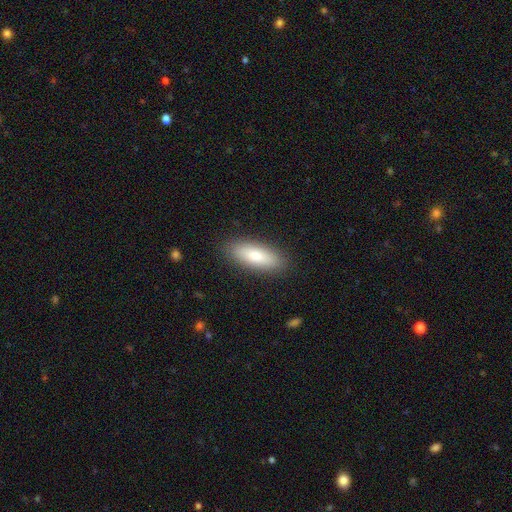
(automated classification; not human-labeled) Smooth or featured? Predicted: smooth (p=0.80). How rounded? Predicted: in between (p=0.68). Merging? Predicted: none (p=0.88).